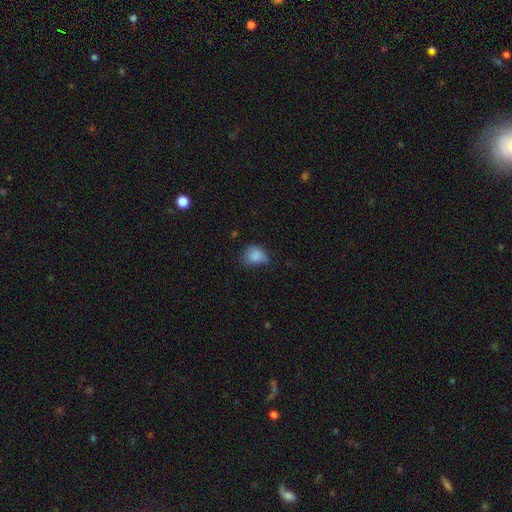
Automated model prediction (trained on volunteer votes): This is clearly a smooth galaxy (82%). How rounded: likely in between (63%). Merging: marginally none (41%, tied with minor disturbance).